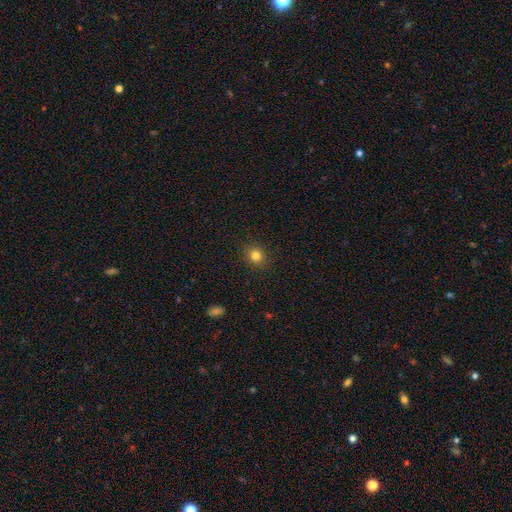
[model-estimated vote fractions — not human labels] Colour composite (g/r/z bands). It shows a smooth galaxy with no disk features (82%) that is round (83%). Merging: none (90%).